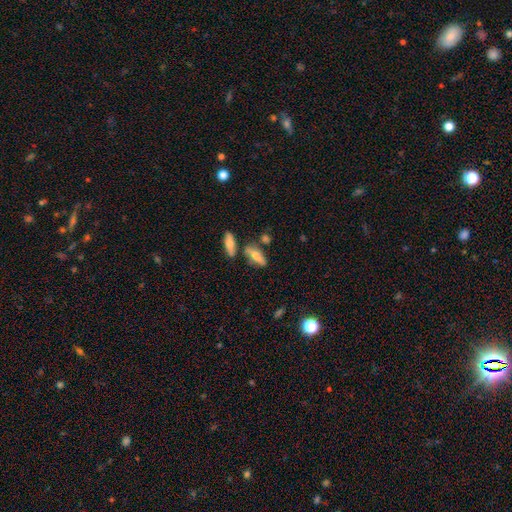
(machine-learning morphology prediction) Smooth or featured? smooth (61%)
How rounded? in between (58%)
Merging? none (64%)